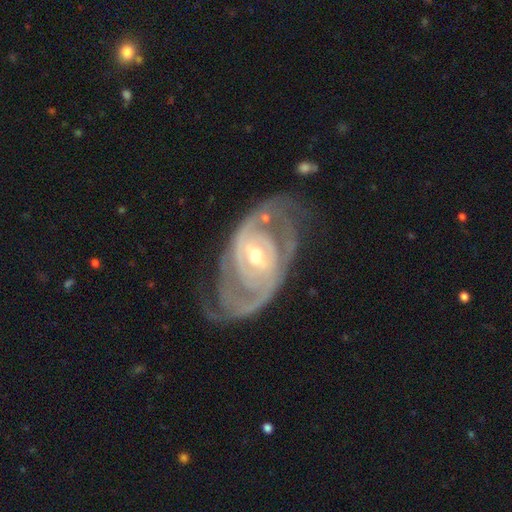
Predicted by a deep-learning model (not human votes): A featured or disk galaxy (91%) with a weak bar (43%), 2 (60%) tight (51%) spiral arms (96%) and a moderate central bulge (61%).

Vote fractions:
- Smooth or featured? featured or disk: 91% / star or artifact: 5% / smooth: 5%
- Edge-on disk? no: 96% / yes: 4%
- Bar? weak: 43% / no: 31% / strong: 25%
- Spiral arms? yes: 96% / no: 4%
- Spiral winding? tight: 51% / medium: 37% / loose: 11%
- Spiral arm count? 2: 60% / can't tell: 16% / 3: 12% / 4: 5% / 1: 4% / more than 4: 4%
- Bulge size? moderate: 61% / small: 32% / large: 4% / none: 1% / dominant: 1%
- Merging? none: 64% / minor disturbance: 19% / major disturbance: 15% / merger: 2%